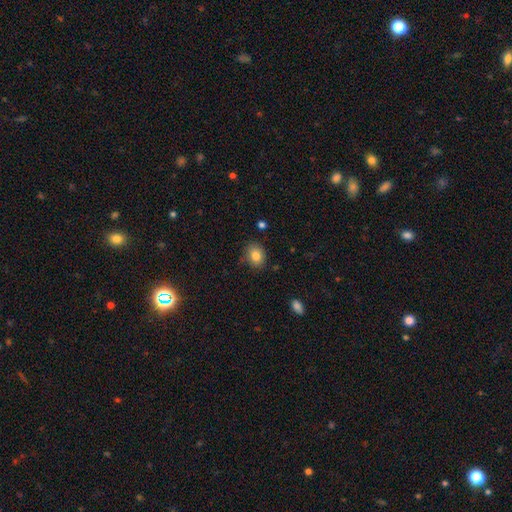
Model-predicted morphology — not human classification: This appears to be a smooth galaxy with no disk features (82%) that is in between round and cigar-shaped (51%). Merging: none (82%).